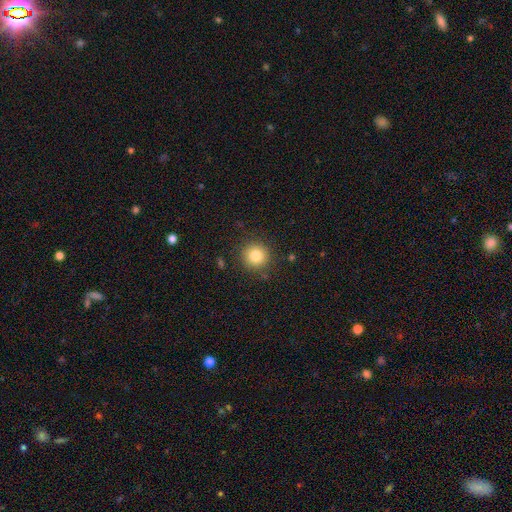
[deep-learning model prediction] Q: Smooth or featured?
A: smooth (82%); runner-up: star or artifact (11%)
Q: How rounded?
A: round (94%); runner-up: in between (6%)
Q: Merging?
A: none (88%); runner-up: minor disturbance (8%)